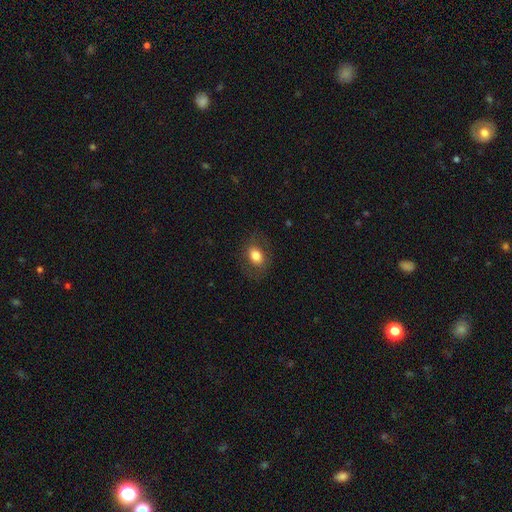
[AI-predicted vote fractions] Q: Smooth or featured?
A: smooth (75%); runner-up: featured or disk (17%)
Q: How rounded?
A: in between (70%); runner-up: round (28%)
Q: Merging?
A: none (78%); runner-up: minor disturbance (14%)